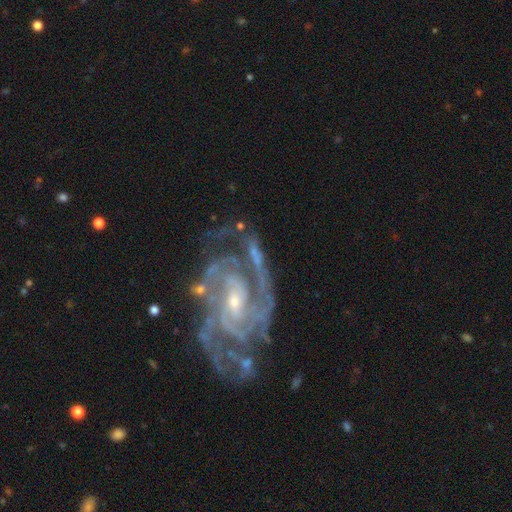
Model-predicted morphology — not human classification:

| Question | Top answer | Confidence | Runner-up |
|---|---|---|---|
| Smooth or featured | featured or disk | 88% | star or artifact (6%) |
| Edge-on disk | no | 97% | yes (3%) |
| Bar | no | 41% | weak (38%) |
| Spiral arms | yes | 96% | no (4%) |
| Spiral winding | tight | 53% | medium (38%) |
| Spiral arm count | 2 | 41% | 3 (21%) |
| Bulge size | small | 68% | moderate (27%) |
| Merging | none | 51% | minor disturbance (21%) |